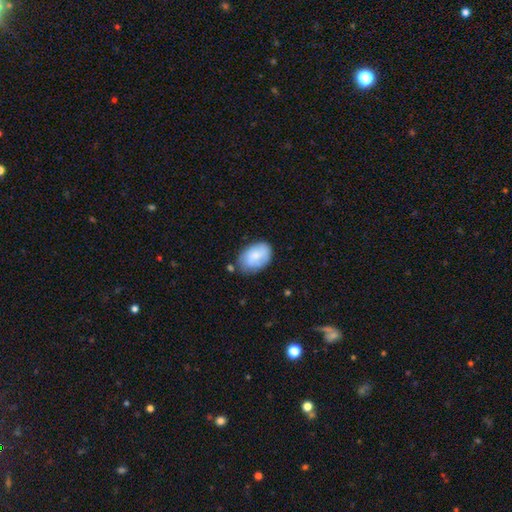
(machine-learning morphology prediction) smooth_or_featured: smooth (p=0.74) [alt: featured or disk p=0.20]
how_rounded: in between (p=0.87) [alt: round p=0.12]
merging: none (p=0.67) [alt: minor disturbance p=0.23]